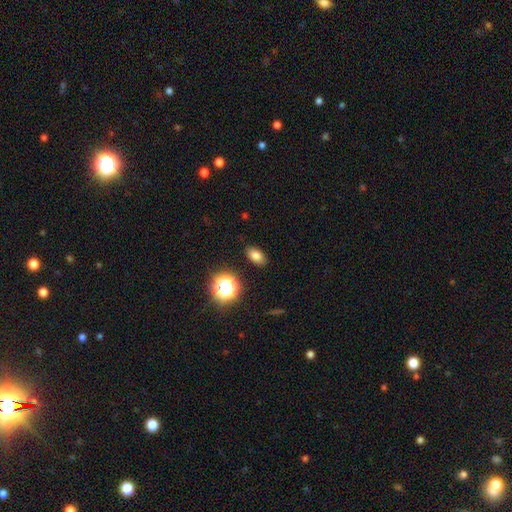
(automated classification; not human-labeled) Overall: smooth (78%). How rounded: in between (85%). Merging: none (87%).